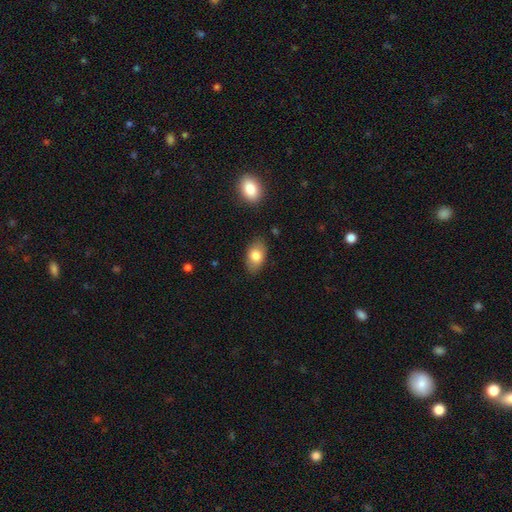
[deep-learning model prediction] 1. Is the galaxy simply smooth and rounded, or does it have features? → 81% smooth, 12% featured or disk, 7% star or artifact.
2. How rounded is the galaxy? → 91% in between, 8% round, 2% cigar-shaped.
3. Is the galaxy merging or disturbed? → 81% none, 14% minor disturbance, 3% major disturbance, 2% merger.